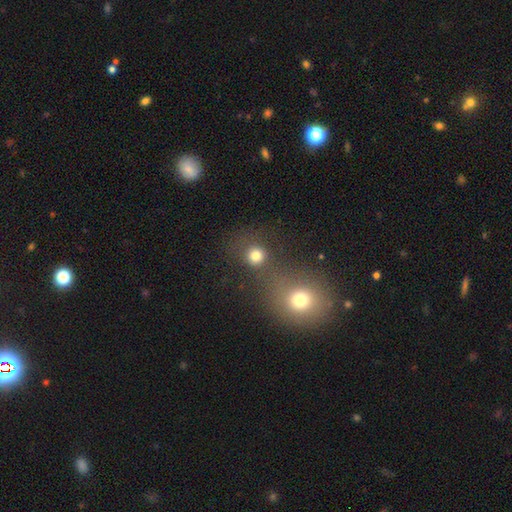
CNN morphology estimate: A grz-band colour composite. It shows a smooth galaxy with no disk features (78%) that is round (88%). Merging: none (66%).